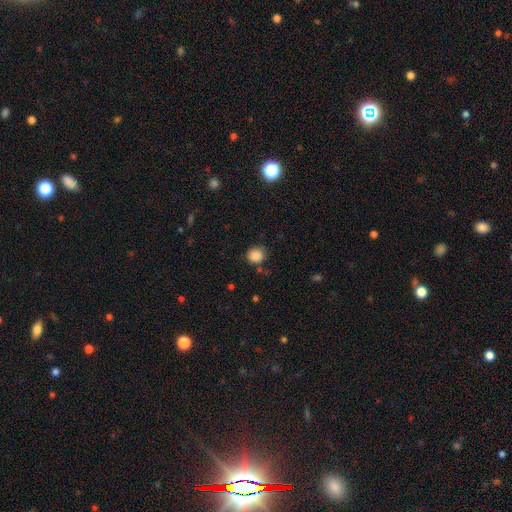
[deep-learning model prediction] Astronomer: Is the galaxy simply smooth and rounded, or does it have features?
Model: smooth — 86%.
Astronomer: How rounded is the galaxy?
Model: round — 84%.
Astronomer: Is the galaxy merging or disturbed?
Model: none — 80%.